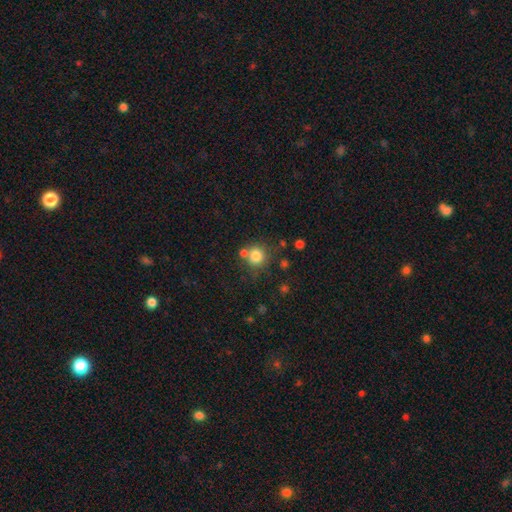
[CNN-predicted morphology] A smooth galaxy with no disk features (81%) that is round (91%).

Vote fractions:
- Smooth or featured? smooth: 81% / star or artifact: 12% / featured or disk: 7%
- How rounded? round: 91% / in between: 8% / cigar-shaped: 1%
- Merging? none: 65% / merger: 21% / minor disturbance: 11% / major disturbance: 4%